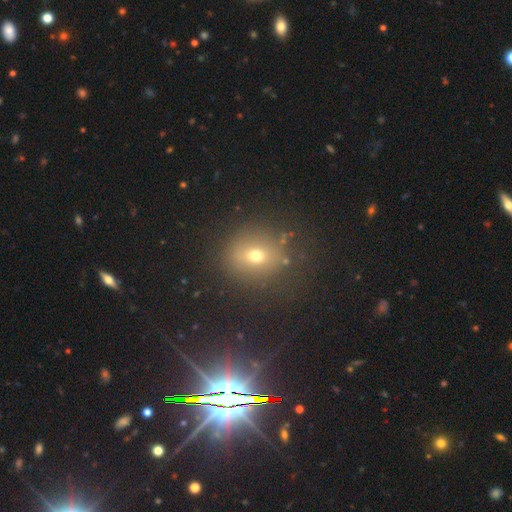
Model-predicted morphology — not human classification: Smooth or featured?
  - smooth: 64% *
  - star or artifact: 21%
  - featured or disk: 14%
How rounded?
  - round: 73% *
  - in between: 25%
  - cigar-shaped: 1%
Merging?
  - none: 80% *
  - minor disturbance: 11%
  - major disturbance: 6%
  - merger: 3%